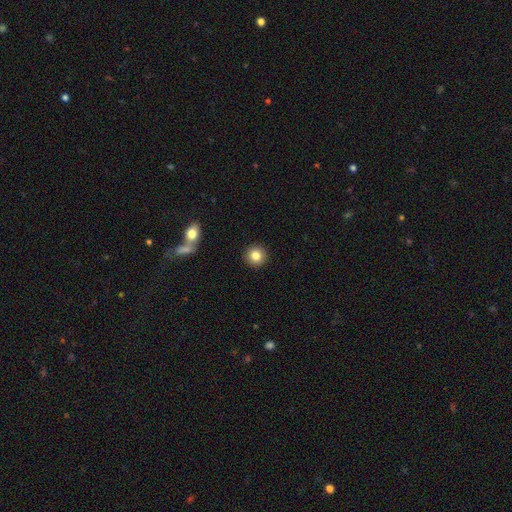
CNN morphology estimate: smooth_or_featured: smooth (p=0.83) [alt: star or artifact p=0.10]
how_rounded: round (p=0.93) [alt: in between p=0.06]
merging: none (p=0.92) [alt: minor disturbance p=0.05]